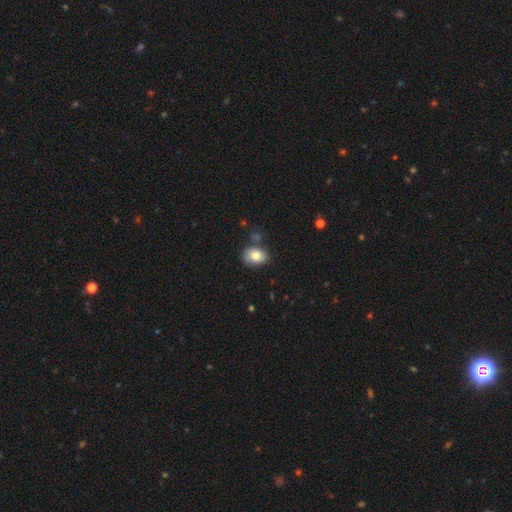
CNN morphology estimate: Smooth or featured? Predicted: smooth (p=0.78). How rounded? Predicted: in between (p=0.68). Merging? Predicted: none (p=0.67).